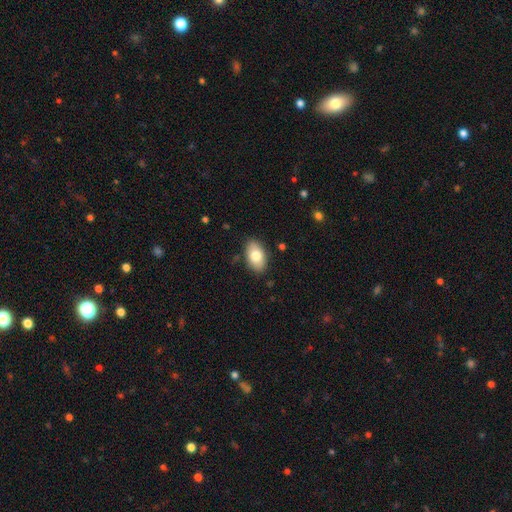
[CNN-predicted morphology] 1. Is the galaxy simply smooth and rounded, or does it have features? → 78% smooth, 15% featured or disk, 7% star or artifact.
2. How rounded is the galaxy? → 93% in between, 6% round, 2% cigar-shaped.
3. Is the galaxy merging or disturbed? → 86% none, 11% minor disturbance, 2% major disturbance, 1% merger.